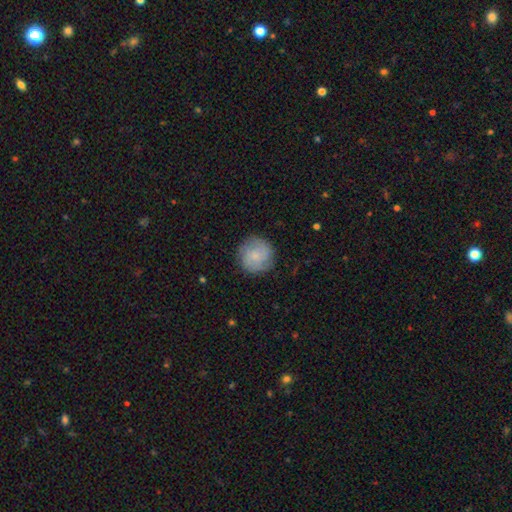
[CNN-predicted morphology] smooth 58%, featured or disk 35%, star or artifact 7%. Down the decision tree: how rounded — round (94%); merging — none (83%).